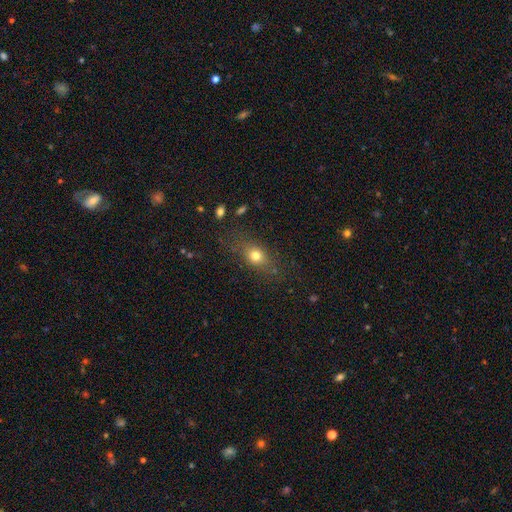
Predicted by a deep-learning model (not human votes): Smooth or featured? Predicted: smooth (p=0.73). How rounded? Predicted: in between (p=0.56). Merging? Predicted: none (p=0.75).